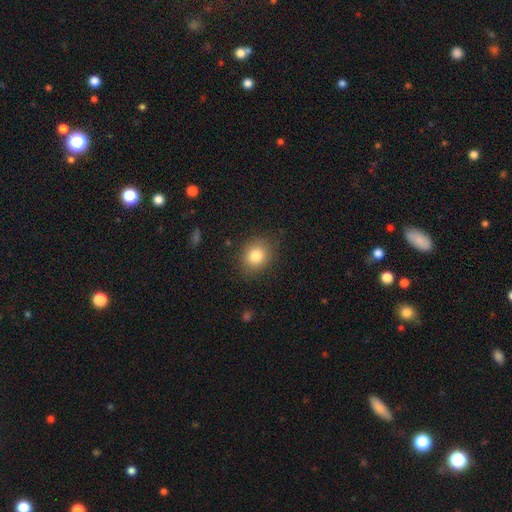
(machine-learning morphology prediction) Overall: smooth (82%). How rounded: round (68%; in between 31%). Merging: none (86%).